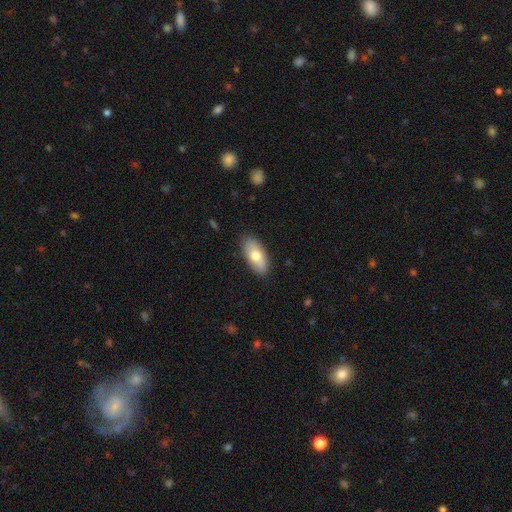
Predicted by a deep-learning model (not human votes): This is likely a smooth galaxy (71%). How rounded: clearly in between (91%). Merging: clearly none (86%).